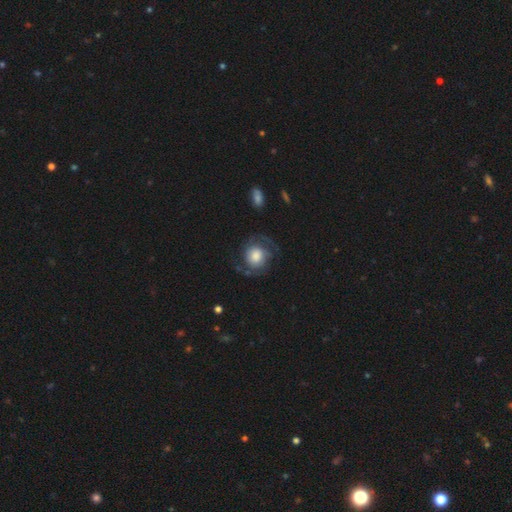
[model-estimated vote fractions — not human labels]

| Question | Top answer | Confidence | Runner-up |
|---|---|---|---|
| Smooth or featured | featured or disk | 52% | smooth (40%) |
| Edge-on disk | no | 97% | yes (3%) |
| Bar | no | 77% | weak (19%) |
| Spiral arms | yes | 85% | no (15%) |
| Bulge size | large | 51% | moderate (22%) |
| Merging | none | 62% | minor disturbance (19%) |